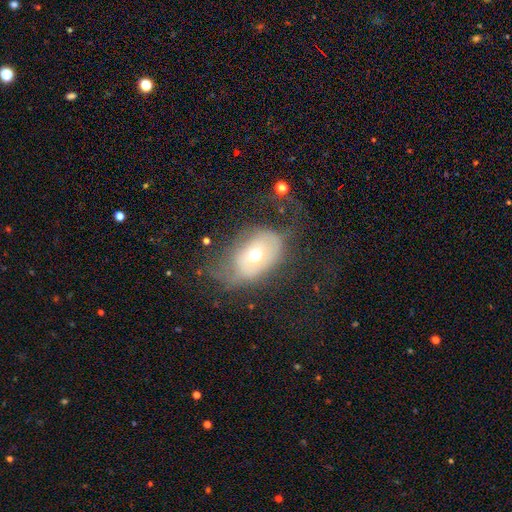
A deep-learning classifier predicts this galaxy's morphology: type=smooth (47%); merging=major disturbance (36%).